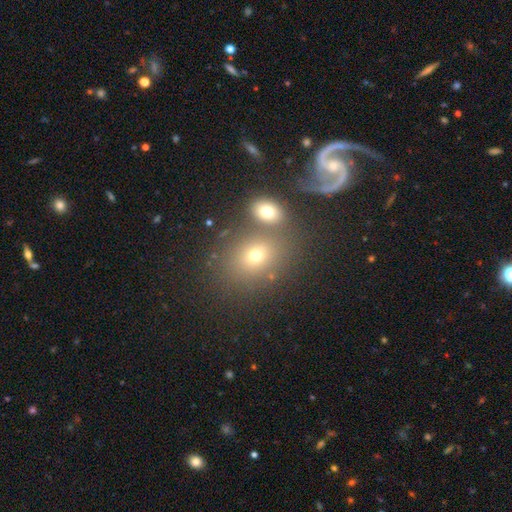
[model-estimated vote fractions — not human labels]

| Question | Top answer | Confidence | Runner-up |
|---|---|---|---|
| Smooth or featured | smooth | 57% | featured or disk (26%) |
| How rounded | in between | 50% | round (49%) |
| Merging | none | 63% | merger (19%) |